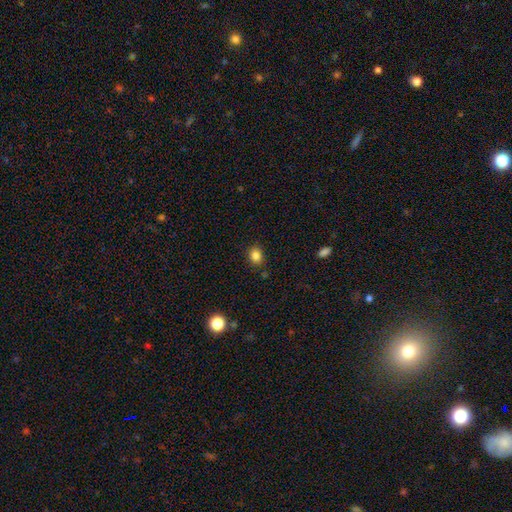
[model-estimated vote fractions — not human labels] Smooth or featured: smooth — 84% (star or artifact — 11%)
How rounded: round — 53% (in between — 46%)
Merging: none — 86% (minor disturbance — 10%)